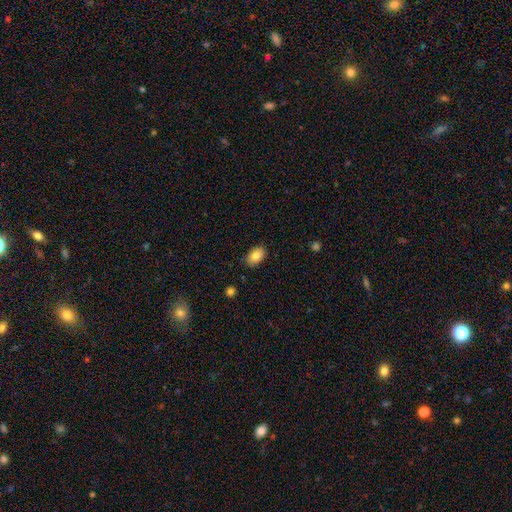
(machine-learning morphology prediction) Smooth or featured? smooth (85%)
How rounded? in between (89%)
Merging? none (86%)